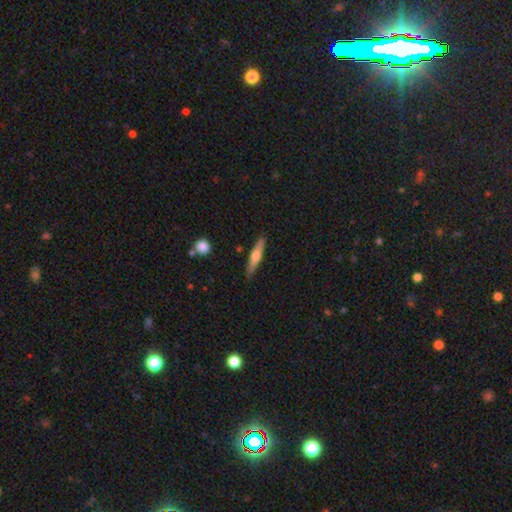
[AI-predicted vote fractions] smooth_or_featured: smooth (p=0.50) [alt: featured or disk p=0.45]
merging: none (p=0.87) [alt: minor disturbance p=0.09]